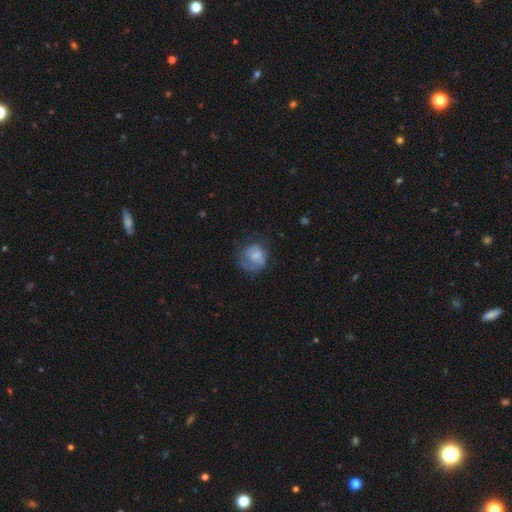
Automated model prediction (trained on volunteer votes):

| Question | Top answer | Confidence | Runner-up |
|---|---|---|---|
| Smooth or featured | smooth | 67% | featured or disk (25%) |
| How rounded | round | 74% | in between (25%) |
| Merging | none | 45% | minor disturbance (27%) |